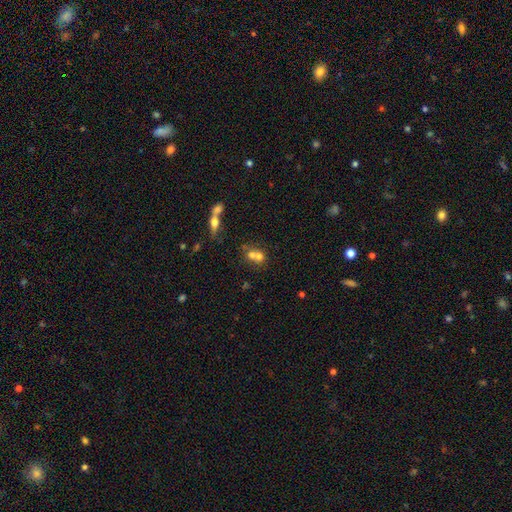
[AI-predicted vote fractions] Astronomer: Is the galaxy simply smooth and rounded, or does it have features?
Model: smooth — 65%.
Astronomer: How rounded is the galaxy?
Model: round — 72%.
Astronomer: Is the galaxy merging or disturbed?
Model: merger — 62%.